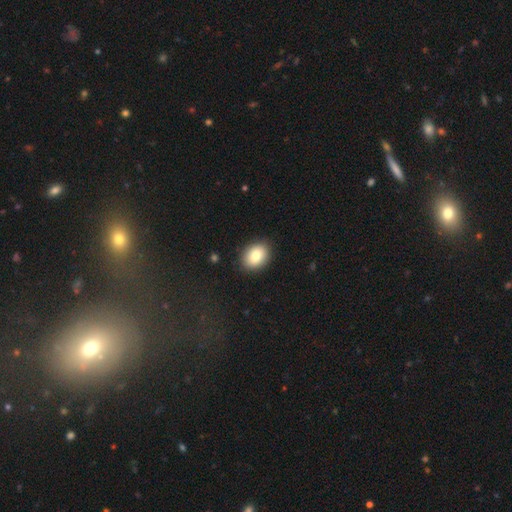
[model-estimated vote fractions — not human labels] Q: Smooth or featured?
A: smooth (81%); runner-up: featured or disk (10%)
Q: How rounded?
A: in between (64%); runner-up: round (35%)
Q: Merging?
A: none (88%); runner-up: minor disturbance (8%)